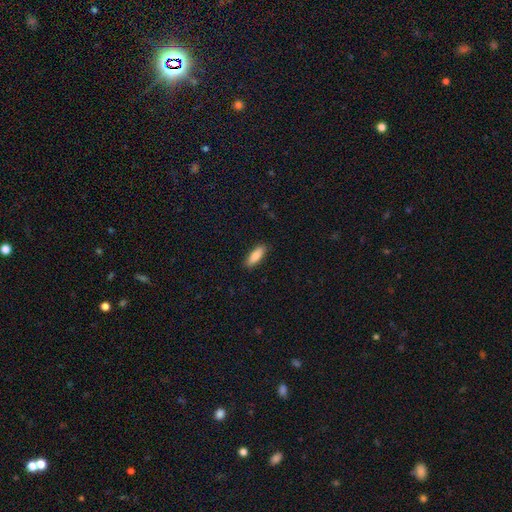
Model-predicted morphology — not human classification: A smooth galaxy with no disk features (84%) that is in between round and cigar-shaped (55%). Merging: none (88%).